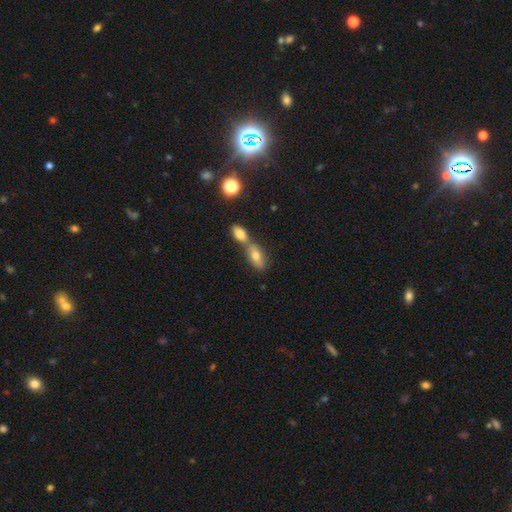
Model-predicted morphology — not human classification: Smooth or featured? Predicted: smooth (p=0.72). How rounded? Predicted: in between (p=0.86). Merging? Predicted: merger (p=0.52).